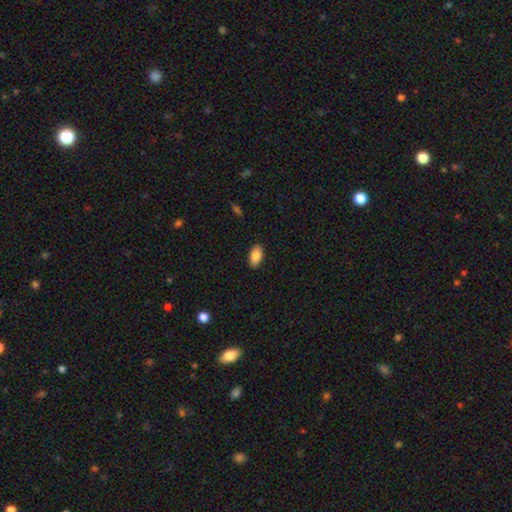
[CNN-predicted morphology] Smooth or featured: smooth — 86% (featured or disk — 7%)
How rounded: in between — 93% (cigar-shaped — 4%)
Merging: none — 89% (minor disturbance — 9%)